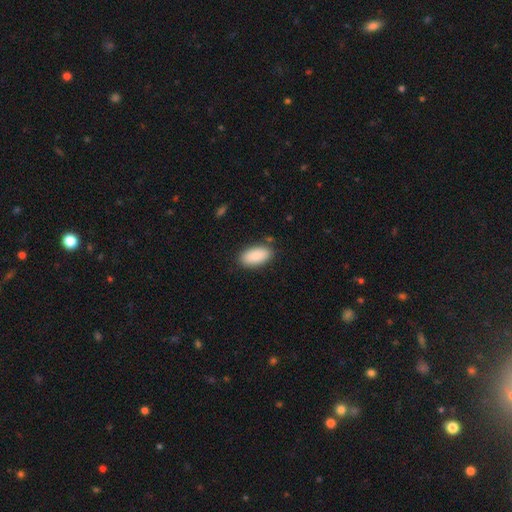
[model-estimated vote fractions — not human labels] The model was most divided on "merging": none: 85%, minor disturbance: 10%, major disturbance: 3%, merger: 2%. More confident: how rounded — in between (93%); smooth or featured — smooth (89%).